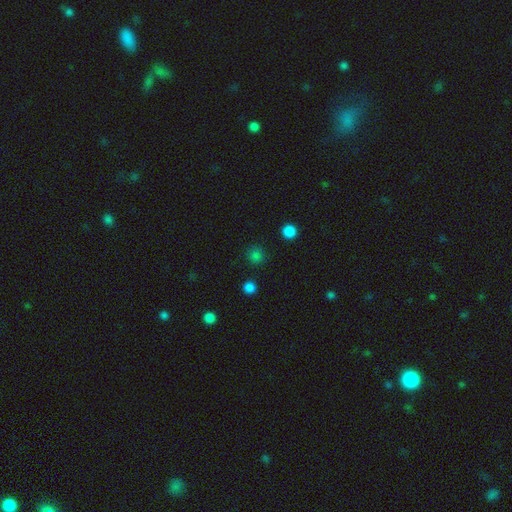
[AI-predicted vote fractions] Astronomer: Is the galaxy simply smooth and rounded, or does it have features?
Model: smooth — 79%.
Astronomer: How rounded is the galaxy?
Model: round — 92%.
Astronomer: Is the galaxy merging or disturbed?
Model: none — 88%.